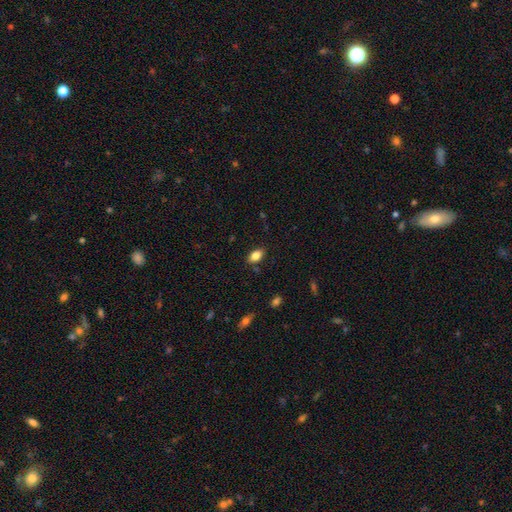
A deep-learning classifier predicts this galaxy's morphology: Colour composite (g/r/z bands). It shows a smooth galaxy with no disk features (83%) that is in between round and cigar-shaped (89%). Merging: none (85%).